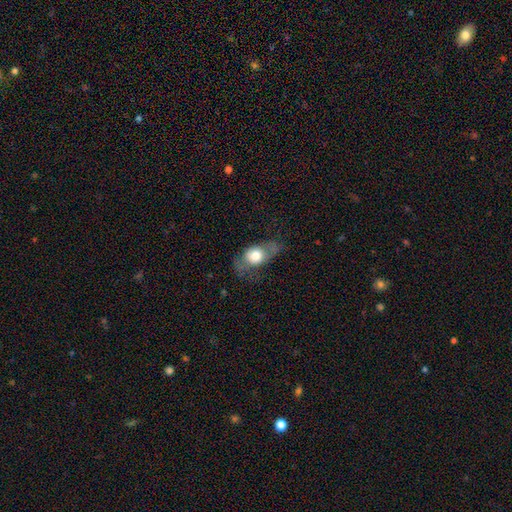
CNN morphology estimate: Smooth or featured: smooth — 65% (featured or disk — 28%)
How rounded: in between — 70% (round — 26%)
Merging: none — 43% (minor disturbance — 29%)